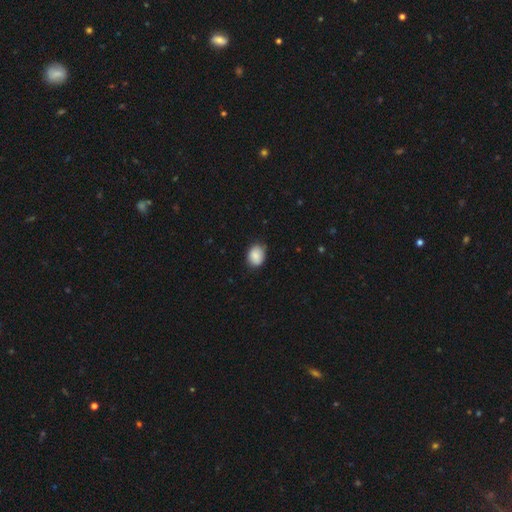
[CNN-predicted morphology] Q: Smooth or featured?
A: smooth (87%); runner-up: star or artifact (7%)
Q: How rounded?
A: in between (61%); runner-up: round (38%)
Q: Merging?
A: none (78%); runner-up: minor disturbance (18%)